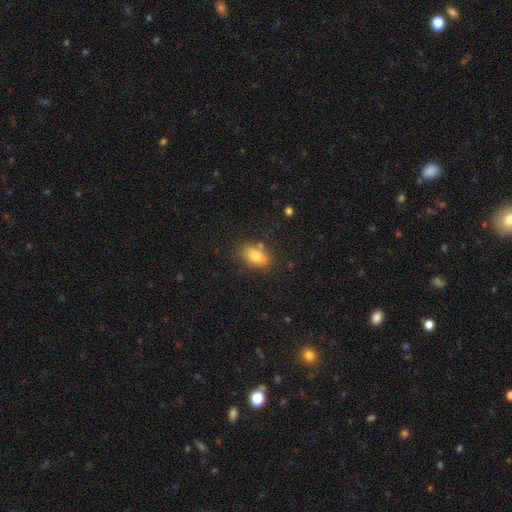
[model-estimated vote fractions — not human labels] Q: Smooth or featured?
A: smooth (76%); runner-up: featured or disk (15%)
Q: How rounded?
A: in between (83%); runner-up: round (15%)
Q: Merging?
A: none (71%); runner-up: minor disturbance (18%)